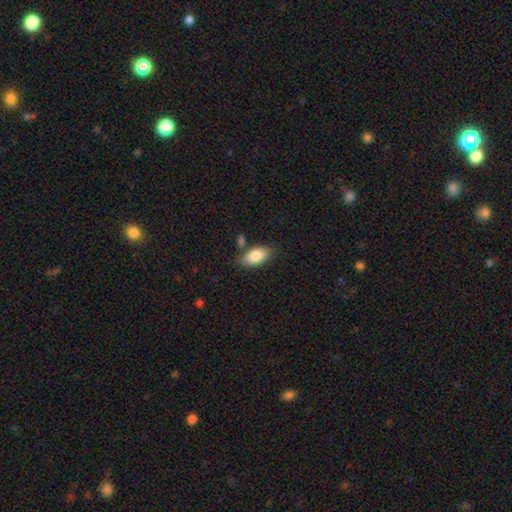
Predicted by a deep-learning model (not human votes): The model was most divided on "merging": none: 75%, minor disturbance: 14%, merger: 8%, major disturbance: 3%. More confident: how rounded — in between (93%); smooth or featured — smooth (85%).